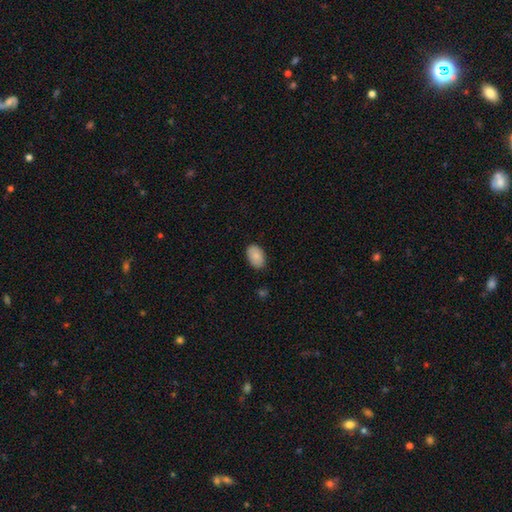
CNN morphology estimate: smooth-or-featured: smooth: 85% | featured or disk: 8% | star or artifact: 7%
  how-rounded: in between: 90% | round: 9% | cigar-shaped: 1%
  merging: none: 84% | minor disturbance: 12% | major disturbance: 2% | merger: 1%